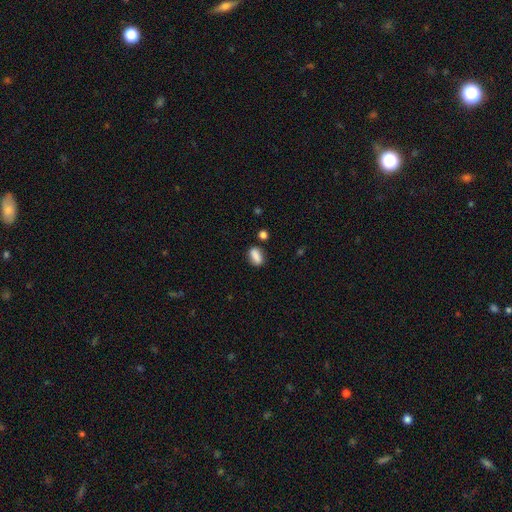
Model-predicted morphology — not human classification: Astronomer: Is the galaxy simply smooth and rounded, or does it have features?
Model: smooth — 85%.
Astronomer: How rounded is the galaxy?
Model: in between — 79%.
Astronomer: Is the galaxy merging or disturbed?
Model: none — 77%.